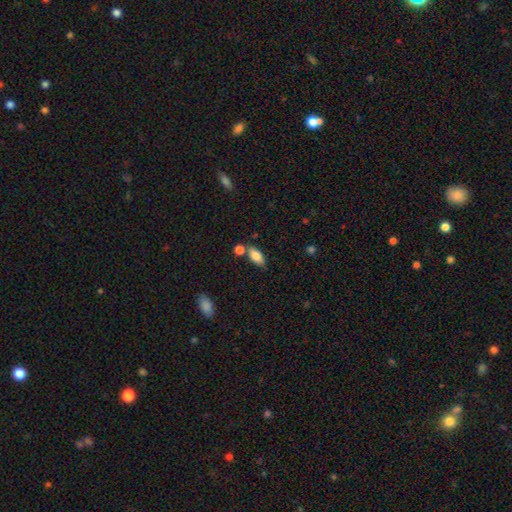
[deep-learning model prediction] Overall: smooth (81%). How rounded: in between (87%). Merging: none (67%).